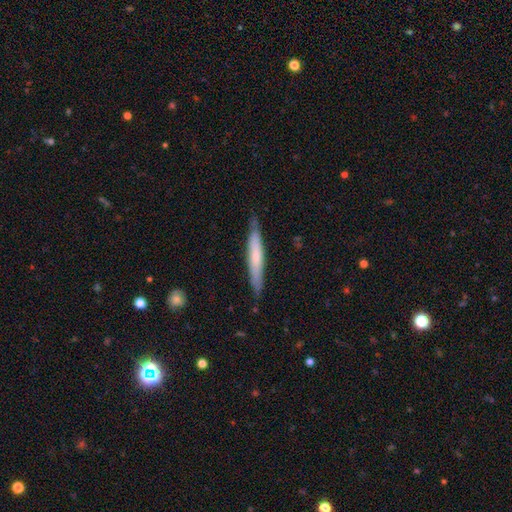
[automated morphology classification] Q: Smooth or featured?
A: smooth (54%); runner-up: featured or disk (41%)
Q: How rounded?
A: cigar-shaped (94%); runner-up: in between (5%)
Q: Merging?
A: none (84%); runner-up: minor disturbance (13%)